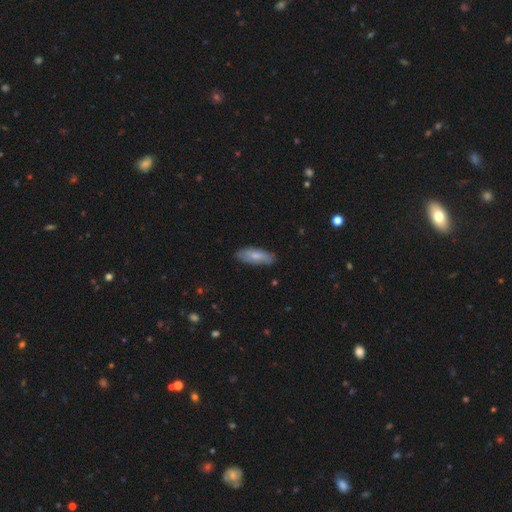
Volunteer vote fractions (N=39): Smooth or featured?
  - smooth: 87% *
  - featured or disk: 8%
  - star or artifact: 5%
How rounded?
  - in between: 82% *
  - cigar-shaped: 18%
  - round: 0%
Merging?
  - none: 92% *
  - minor disturbance: 5%
  - major disturbance: 3%
  - merger: 0%